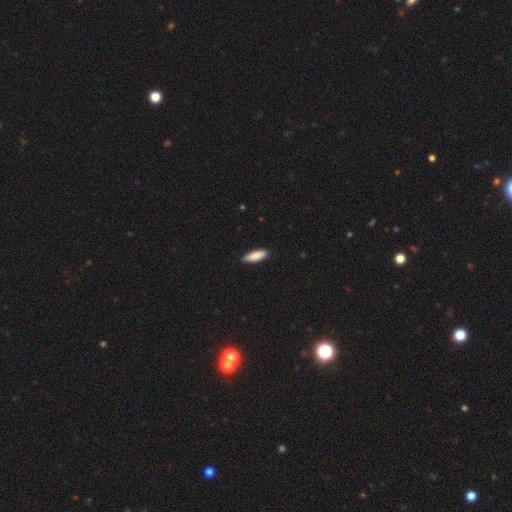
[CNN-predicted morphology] A smooth galaxy with no disk features (85%) that is in between round and cigar-shaped (60%).

Vote fractions:
- Smooth or featured? smooth: 85% / featured or disk: 9% / star or artifact: 6%
- How rounded? in between: 60% / cigar-shaped: 38% / round: 2%
- Merging? none: 89% / minor disturbance: 8% / major disturbance: 2% / merger: 1%